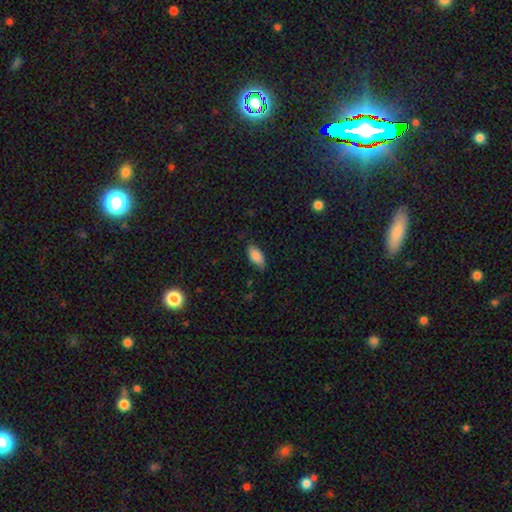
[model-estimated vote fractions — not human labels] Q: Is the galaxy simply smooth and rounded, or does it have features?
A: smooth — 85%.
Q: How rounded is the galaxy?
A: in between — 89%.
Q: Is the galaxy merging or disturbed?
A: none — 79%.